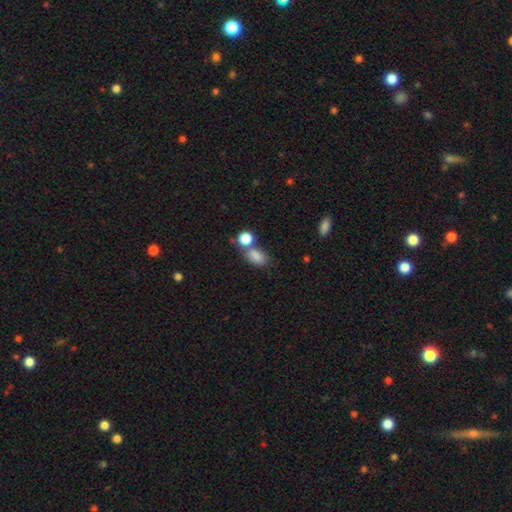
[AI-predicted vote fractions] A smooth galaxy with no disk features (83%) that is in between round and cigar-shaped (79%).

Vote fractions:
- Smooth or featured? smooth: 83% / star or artifact: 10% / featured or disk: 7%
- How rounded? in between: 79% / round: 19% / cigar-shaped: 2%
- Merging? none: 48% / merger: 33% / minor disturbance: 13% / major disturbance: 6%